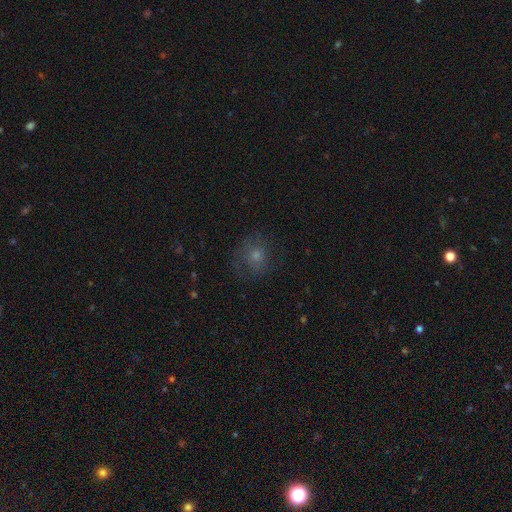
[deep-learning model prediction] smooth 59%, featured or disk 25%, star or artifact 16%. Down the decision tree: how rounded — round (79%); merging — none (65%).